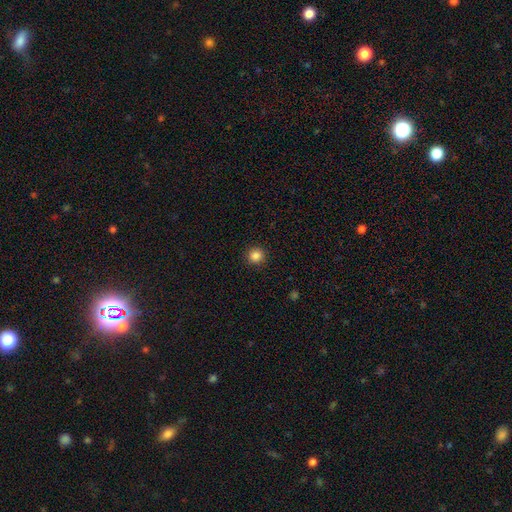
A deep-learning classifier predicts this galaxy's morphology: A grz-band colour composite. It shows a smooth galaxy with no disk features (86%) that is round (94%). Merging: none (92%).